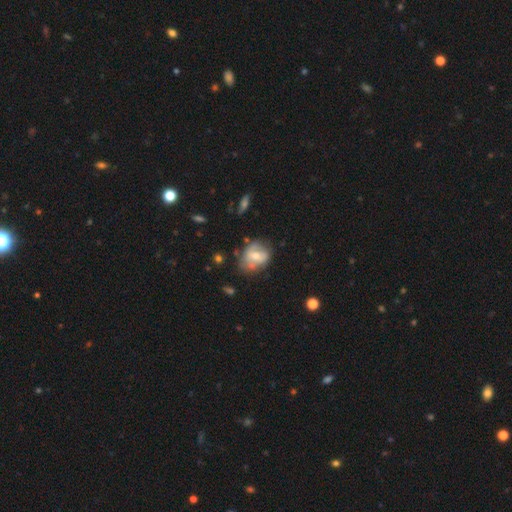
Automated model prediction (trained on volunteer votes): Smooth or featured: featured or disk — 49% (smooth — 43%)
Merging: none — 52% (minor disturbance — 29%)